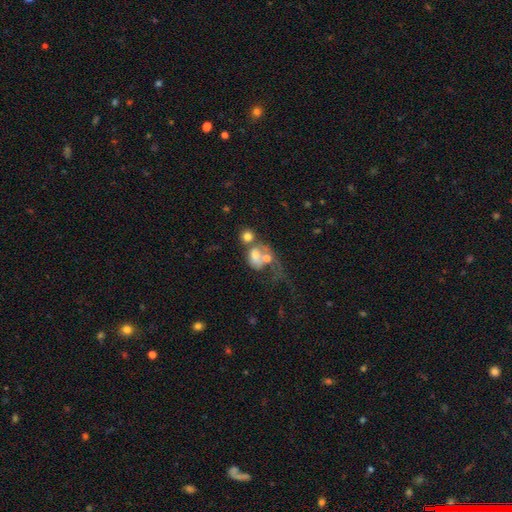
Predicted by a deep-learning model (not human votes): smooth-or-featured: smooth: 47% | featured or disk: 41% | star or artifact: 12%
  merging: merger: 53% | major disturbance: 27% | none: 13% | minor disturbance: 7%